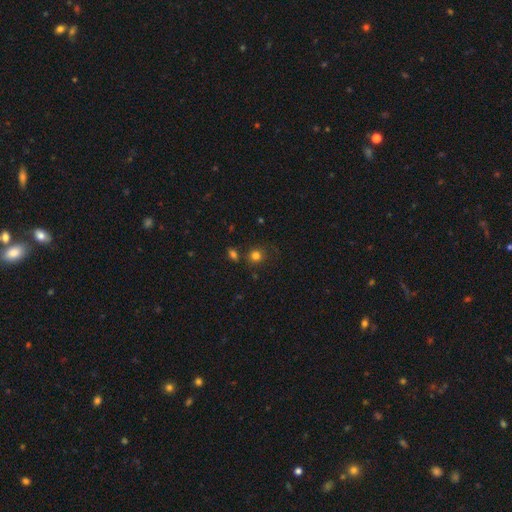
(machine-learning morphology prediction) Smooth or featured: smooth — 79% (star or artifact — 15%)
How rounded: round — 85% (in between — 14%)
Merging: none — 76% (minor disturbance — 12%)